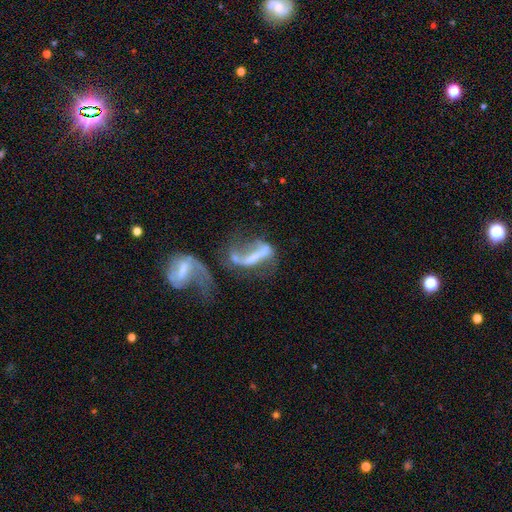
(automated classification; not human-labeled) The model was most divided on "spiral arms": no: 54%, yes: 46%. Remaining: edge-on disk — no (89%); smooth or featured — featured or disk (62%); bulge size — none (59%); bar — strong (48%); merging — merger (43%).